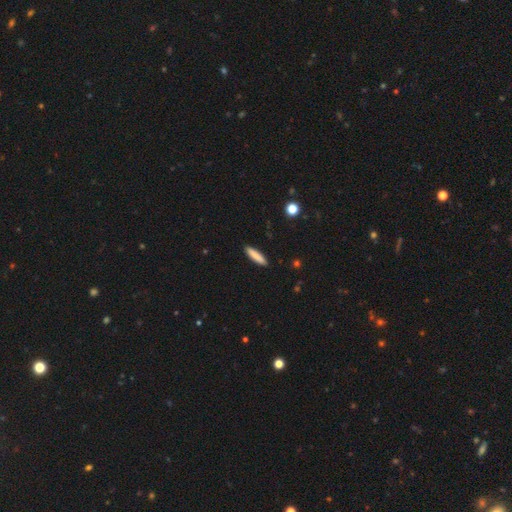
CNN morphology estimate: A smooth galaxy with no disk features (85%) that is cigar-shaped (82%). Merging: none (91%).